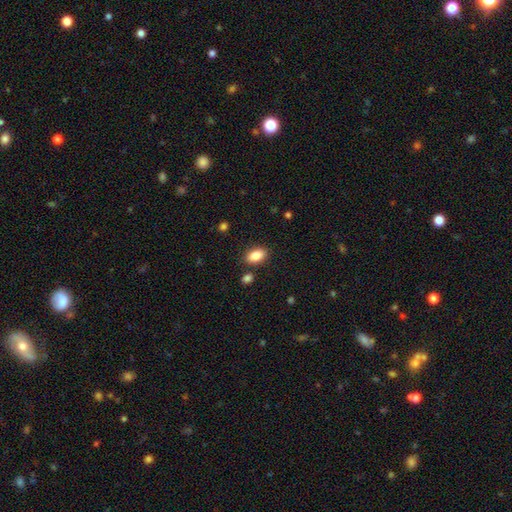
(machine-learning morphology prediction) A smooth galaxy with no disk features (86%) that is in between round and cigar-shaped (91%). Merging: none (84%).